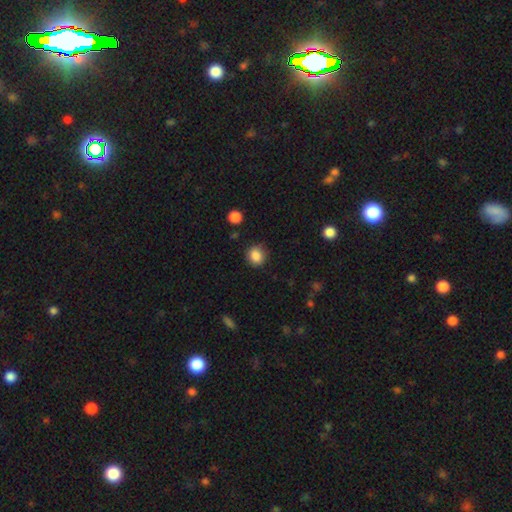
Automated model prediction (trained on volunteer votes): A smooth galaxy with no disk features (86%) that is round (80%). Merging: none (84%).